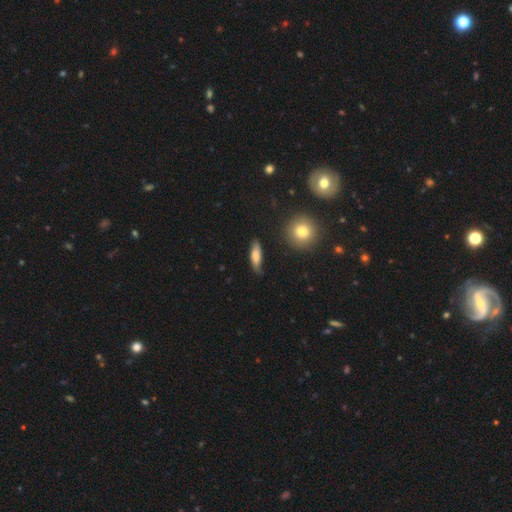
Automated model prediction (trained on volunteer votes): This appears to be a smooth galaxy with no disk features (71%) that is in between round and cigar-shaped (50%). Merging: none (66%).